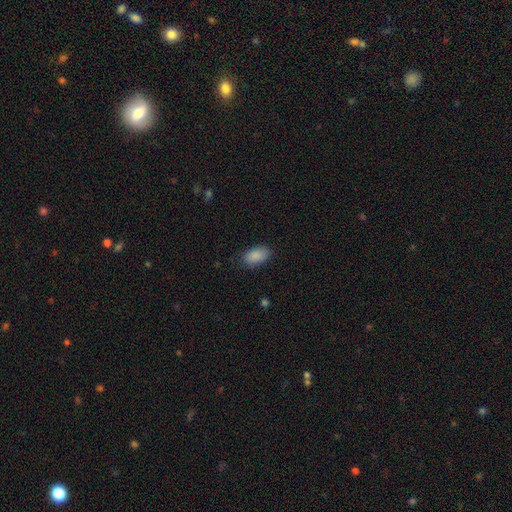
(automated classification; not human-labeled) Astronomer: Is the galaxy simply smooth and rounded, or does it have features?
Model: smooth — 89%.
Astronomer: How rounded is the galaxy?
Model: in between — 94%.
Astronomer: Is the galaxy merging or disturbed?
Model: none — 84%.